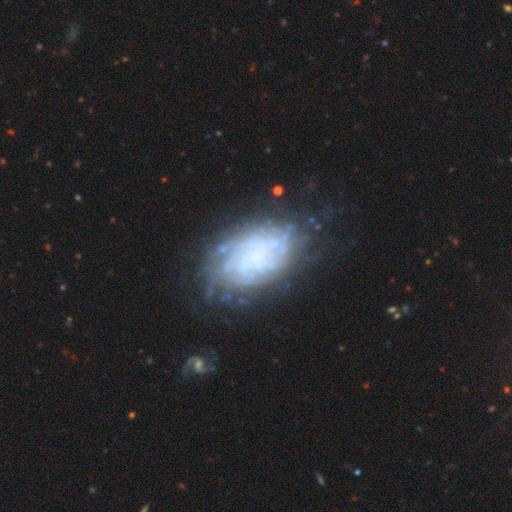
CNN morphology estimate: The model was most divided on "bulge size": none: 61%, small: 24%, moderate: 9%, large: 5%, dominant: 2%. More confident: edge-on disk — no (96%); bar — no (82%); spiral arms — yes (72%); smooth or featured — featured or disk (71%); merging — none (60%).